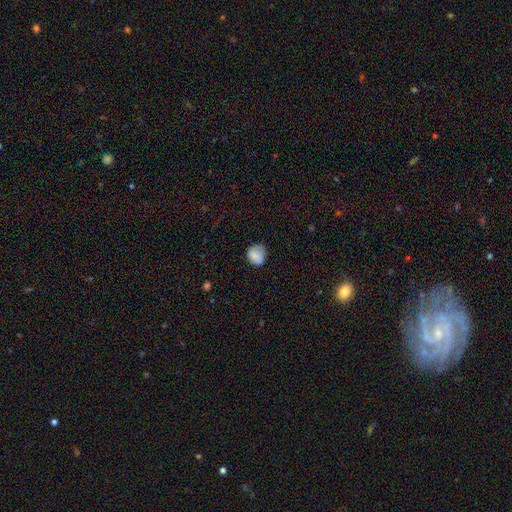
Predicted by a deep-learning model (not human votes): A smooth galaxy with no disk features (83%) that is round (74%). Merging: none (65%).